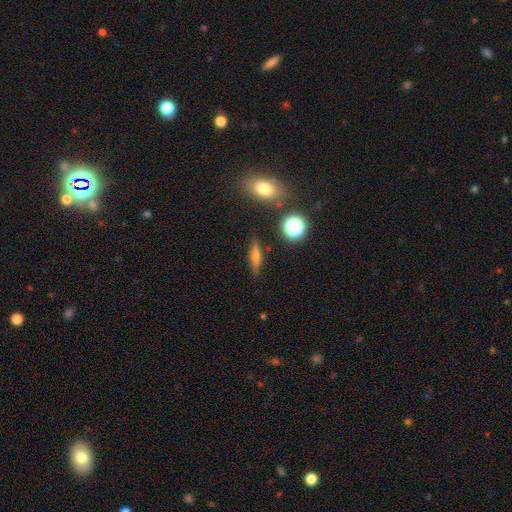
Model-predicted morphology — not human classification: type=smooth (57%); roundness=cigar-shaped (60%); merging=none (84%).